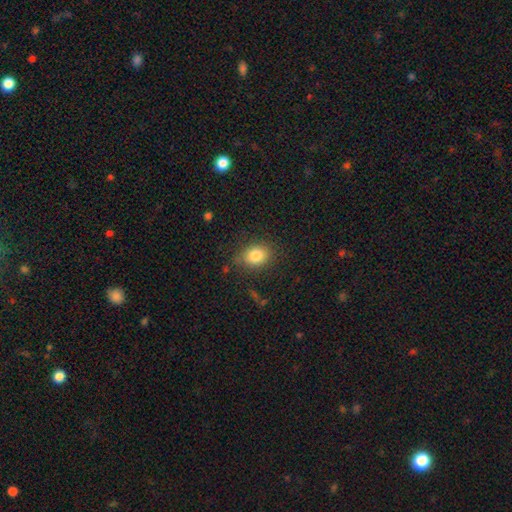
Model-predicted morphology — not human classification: Smooth or featured?
  - smooth: 82% *
  - star or artifact: 10%
  - featured or disk: 8%
How rounded?
  - in between: 57% *
  - round: 42%
  - cigar-shaped: 1%
Merging?
  - none: 80% *
  - minor disturbance: 14%
  - major disturbance: 4%
  - merger: 2%